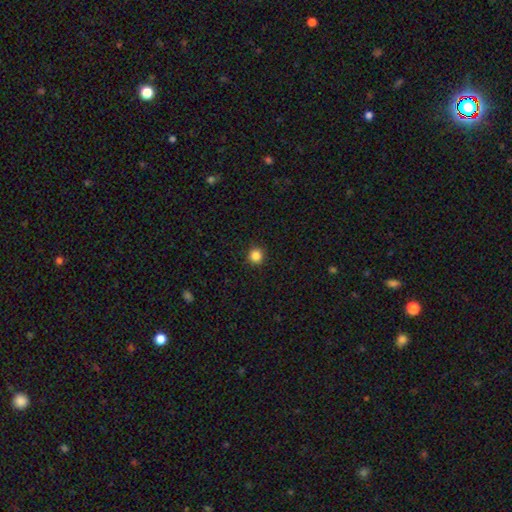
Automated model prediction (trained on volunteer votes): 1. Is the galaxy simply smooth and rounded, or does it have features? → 85% smooth, 11% star or artifact, 3% featured or disk.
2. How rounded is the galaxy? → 93% round, 6% in between, 1% cigar-shaped.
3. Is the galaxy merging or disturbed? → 92% none, 5% minor disturbance, 2% major disturbance, 1% merger.